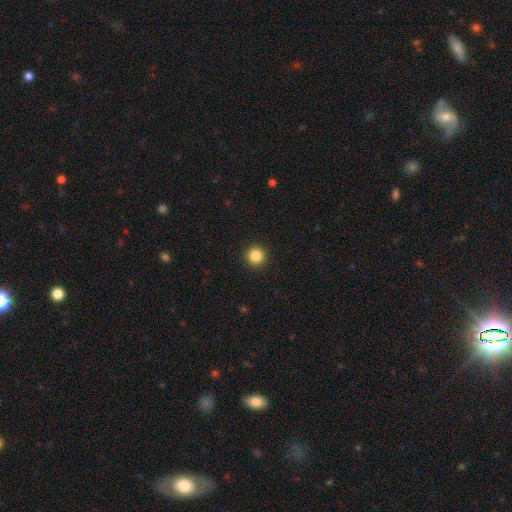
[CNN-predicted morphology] Overall: smooth (86%). How rounded: round (96%). Merging: none (93%).